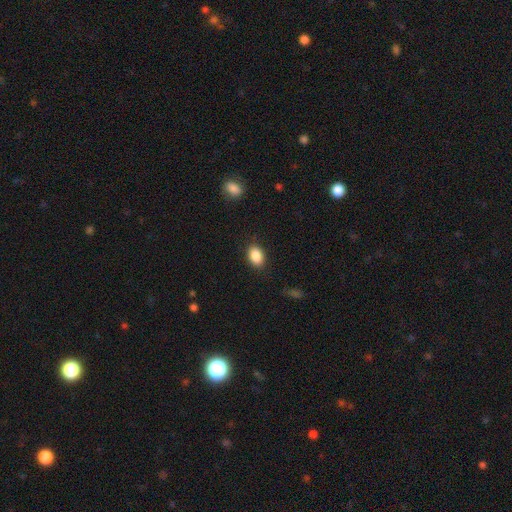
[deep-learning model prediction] This appears to be a smooth galaxy with no disk features (88%) that is in between round and cigar-shaped (83%). Merging: none (87%).